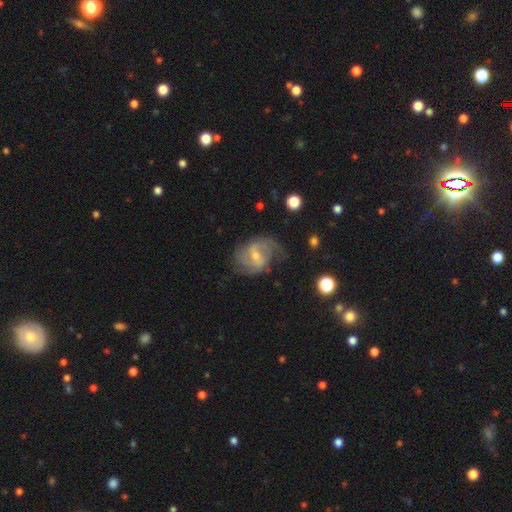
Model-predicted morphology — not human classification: A featured or disk galaxy (77%) with a weak bar (54%), 2 (66%) medium (45%) spiral arms (89%) and a small central bulge (51%). Merging: none (59%).